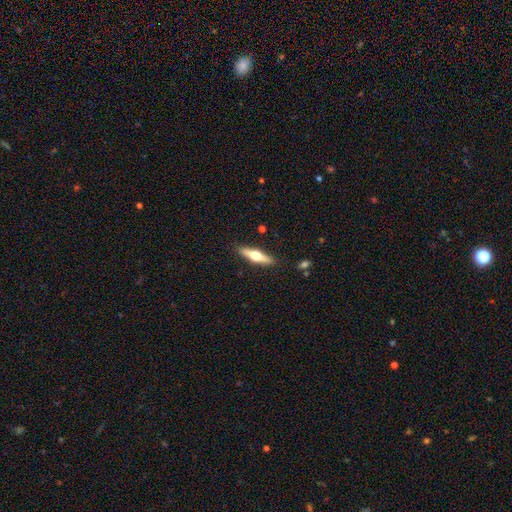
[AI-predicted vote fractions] Morphology: type=featured or disk (55%); edge-on=yes (94%); edge-on bulge=rounded (96%); merging=none (89%).